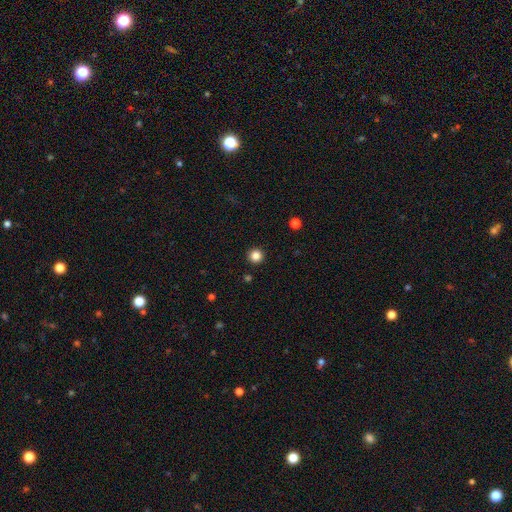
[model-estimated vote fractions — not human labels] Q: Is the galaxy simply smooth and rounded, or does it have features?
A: smooth — 84%.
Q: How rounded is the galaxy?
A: round — 96%.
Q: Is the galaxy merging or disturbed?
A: none — 93%.